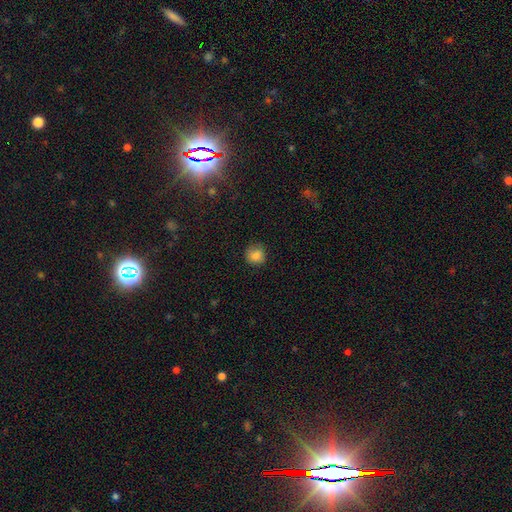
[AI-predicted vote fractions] smooth_or_featured: smooth (p=0.83) [alt: star or artifact p=0.11]
how_rounded: round (p=0.86) [alt: in between p=0.13]
merging: none (p=0.81) [alt: minor disturbance p=0.15]